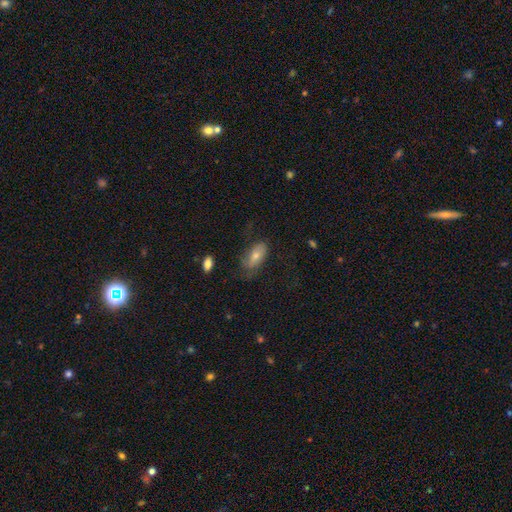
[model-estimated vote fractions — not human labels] A smooth galaxy with no disk features (47%).

Vote fractions:
- Smooth or featured? smooth: 47% / featured or disk: 42% / star or artifact: 10%
- Merging? none: 55% / minor disturbance: 26% / major disturbance: 18% / merger: 2%